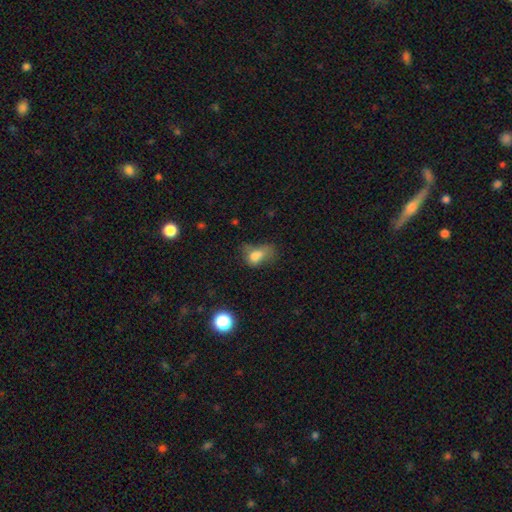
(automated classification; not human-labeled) Smooth or featured? smooth (71%)
How rounded? in between (77%)
Merging? major disturbance (38%)